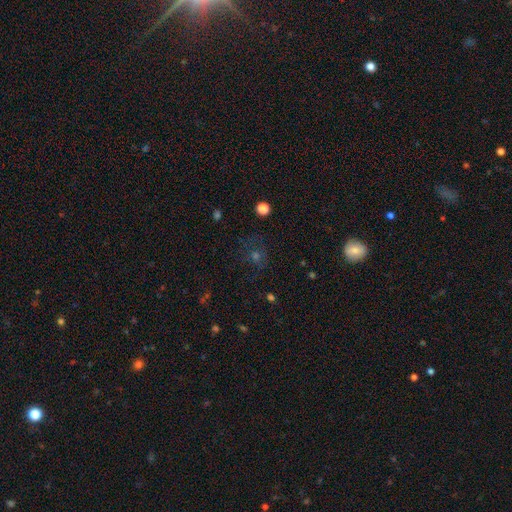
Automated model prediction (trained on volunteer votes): Smooth or featured? Predicted: smooth (p=0.43). Merging? Predicted: none (p=0.73).